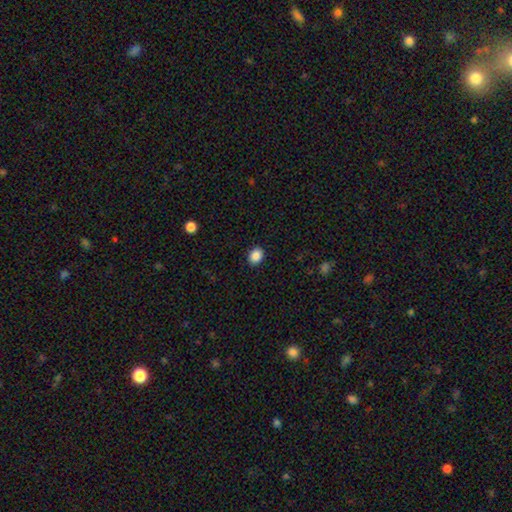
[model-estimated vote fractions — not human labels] Morphology: type=smooth (88%); roundness=in between (60%); merging=none (90%).